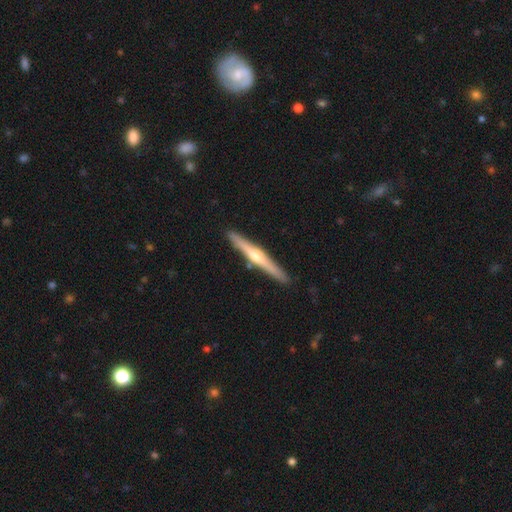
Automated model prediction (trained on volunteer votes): The model was most divided on "smooth or featured": featured or disk: 68%, smooth: 27%, star or artifact: 5%. More confident: edge-on disk — yes (98%); merging — none (90%); edge-on bulge — rounded (87%).